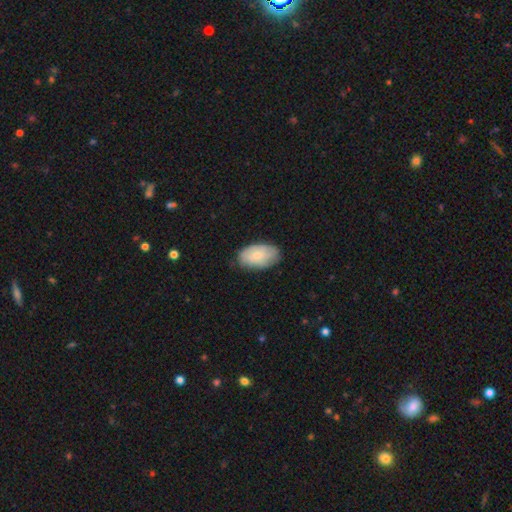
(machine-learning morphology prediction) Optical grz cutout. It shows a smooth galaxy with no disk features (67%) that is in between round and cigar-shaped (94%). Merging: none (77%).